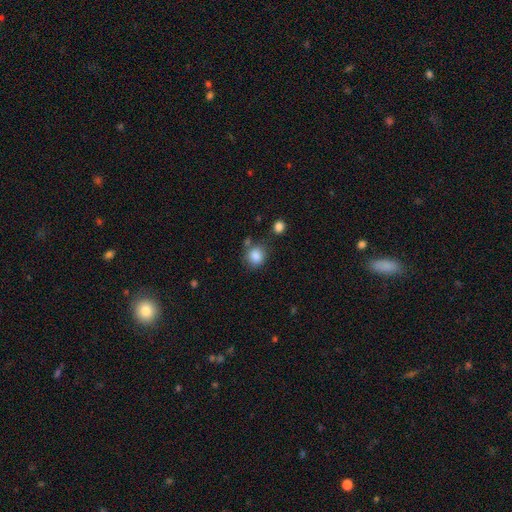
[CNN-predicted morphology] Smooth or featured: smooth — 86% (star or artifact — 9%)
How rounded: round — 80% (in between — 19%)
Merging: none — 70% (minor disturbance — 16%)